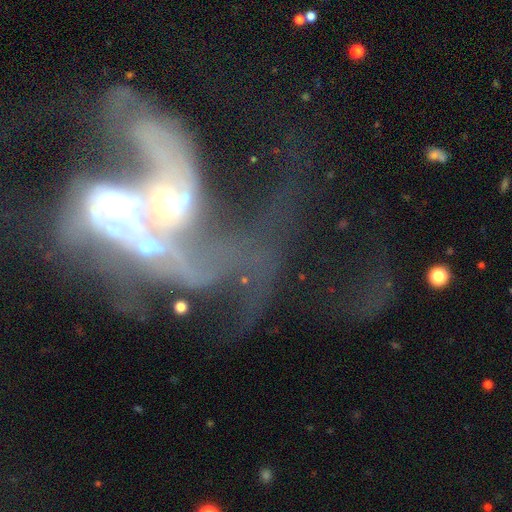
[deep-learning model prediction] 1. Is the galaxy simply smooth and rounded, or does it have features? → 75% featured or disk, 14% star or artifact, 11% smooth.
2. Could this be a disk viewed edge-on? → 95% no, 5% yes.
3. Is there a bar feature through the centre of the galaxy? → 63% no, 24% weak, 13% strong.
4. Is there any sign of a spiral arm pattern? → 65% yes, 35% no.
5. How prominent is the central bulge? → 47% moderate, 32% small, 10% none, 9% large, 3% dominant.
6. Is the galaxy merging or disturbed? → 70% merger, 19% major disturbance, 7% none, 4% minor disturbance.